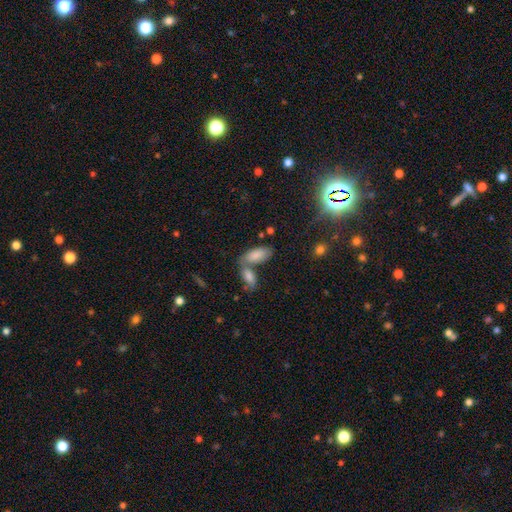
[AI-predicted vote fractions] smooth 84%, featured or disk 9%, star or artifact 7%. Down the decision tree: how rounded — in between (89%); merging — merger (44%).